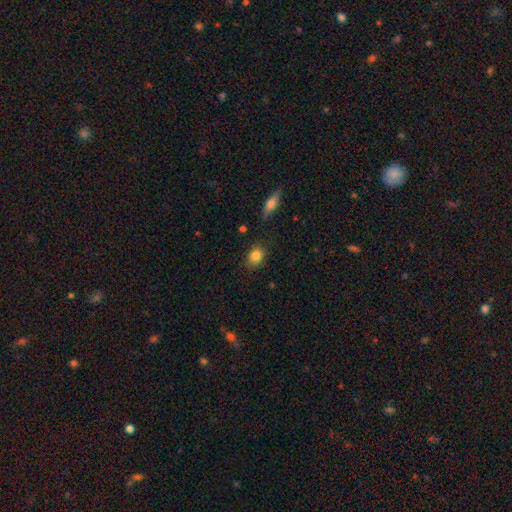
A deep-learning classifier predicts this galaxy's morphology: Q: Smooth or featured?
A: smooth (84%); runner-up: star or artifact (9%)
Q: How rounded?
A: in between (57%); runner-up: round (41%)
Q: Merging?
A: none (81%); runner-up: minor disturbance (14%)